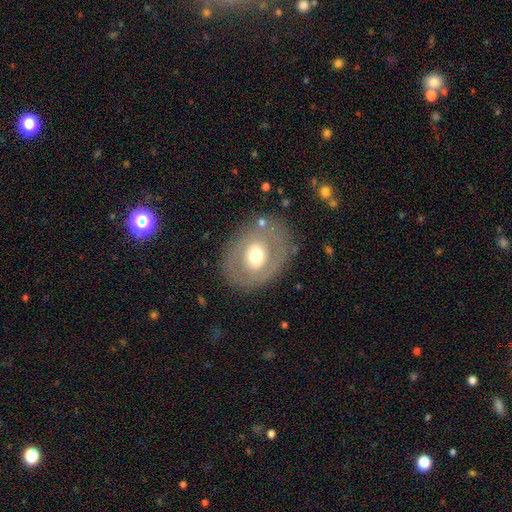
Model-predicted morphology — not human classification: Smooth or featured?
  - smooth: 47% *
  - featured or disk: 45%
  - star or artifact: 7%
Merging?
  - none: 79% *
  - minor disturbance: 12%
  - major disturbance: 7%
  - merger: 2%